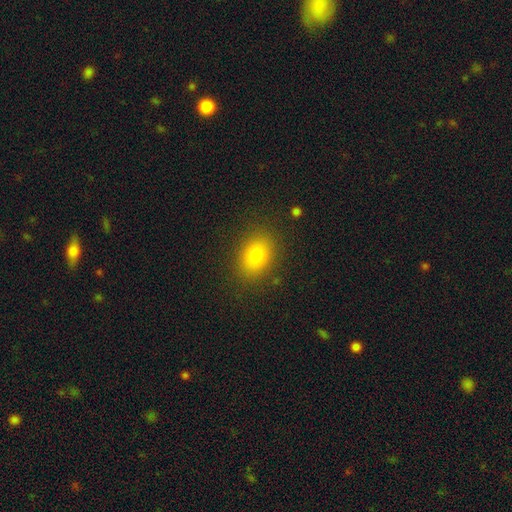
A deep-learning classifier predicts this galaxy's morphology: Smooth or featured? smooth (78%)
How rounded? in between (59%)
Merging? none (86%)